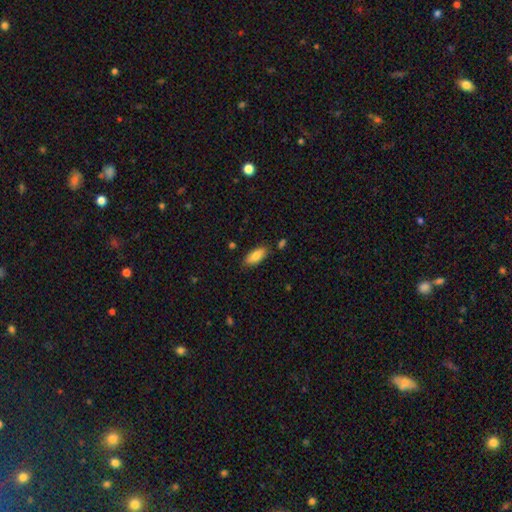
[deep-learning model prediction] The model was most divided on "how rounded": in between: 83%, cigar-shaped: 15%, round: 2%. More confident: smooth or featured — smooth (81%); merging — none (81%).